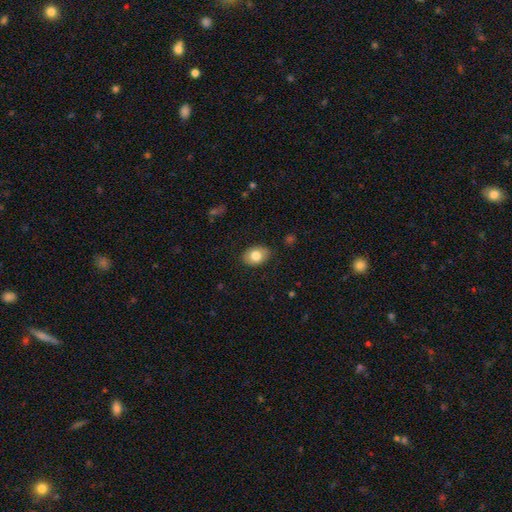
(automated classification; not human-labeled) Overall: smooth (79%). How rounded: in between (78%). Merging: none (85%).